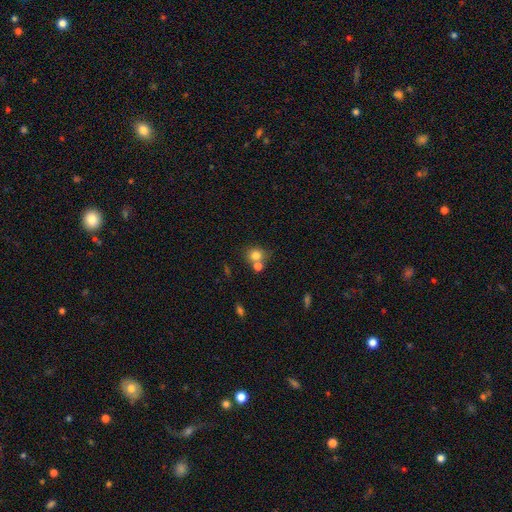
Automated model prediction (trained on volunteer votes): A smooth galaxy with no disk features (77%) that is round (79%). Merging: none (52%).